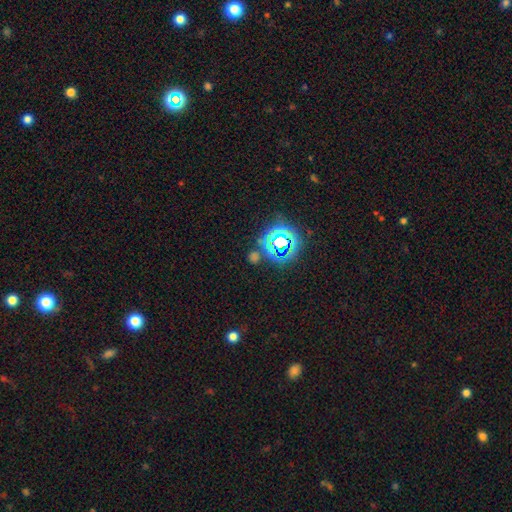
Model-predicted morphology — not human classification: Smooth or featured? star or artifact (68%)